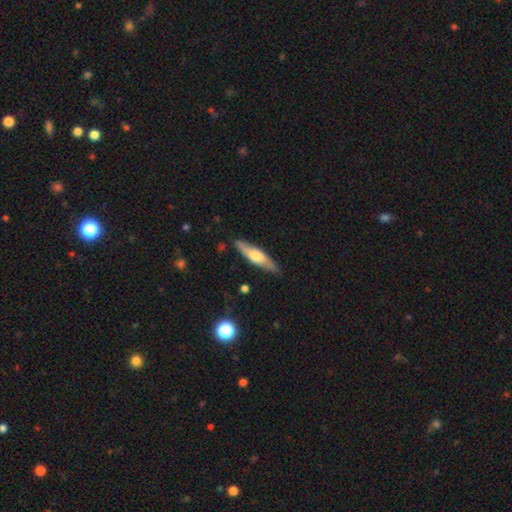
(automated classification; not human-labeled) Smooth or featured? Predicted: smooth (p=0.48). Merging? Predicted: none (p=0.85).